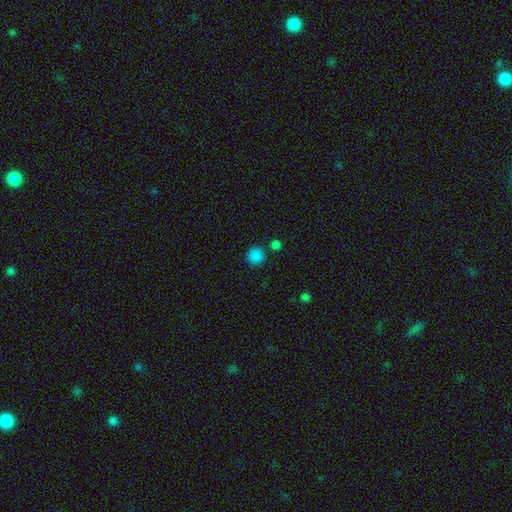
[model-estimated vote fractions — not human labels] Smooth or featured? Predicted: smooth (p=0.85). How rounded? Predicted: round (p=0.94). Merging? Predicted: none (p=0.82).